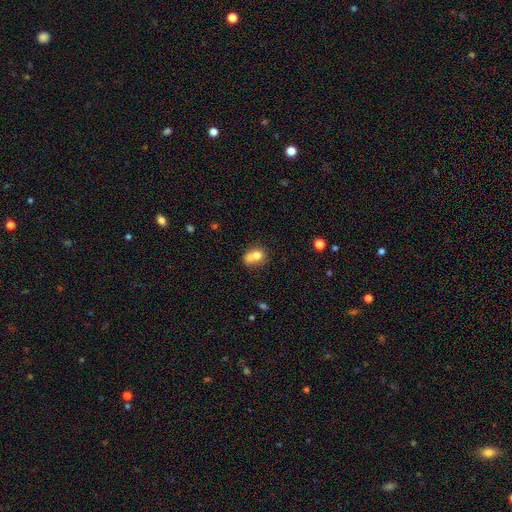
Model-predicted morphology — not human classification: A smooth galaxy with no disk features (70%) that is round (59%).

Vote fractions:
- Smooth or featured? smooth: 70% / featured or disk: 19% / star or artifact: 11%
- How rounded? round: 59% / in between: 40% / cigar-shaped: 1%
- Merging? merger: 60% / none: 27% / minor disturbance: 9% / major disturbance: 5%